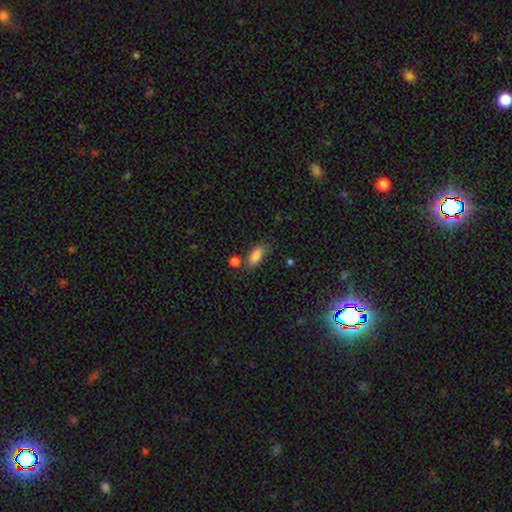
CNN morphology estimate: smooth-or-featured: smooth: 85% | star or artifact: 8% | featured or disk: 7%
  how-rounded: in between: 82% | cigar-shaped: 15% | round: 3%
  merging: none: 70% | minor disturbance: 17% | merger: 9% | major disturbance: 5%